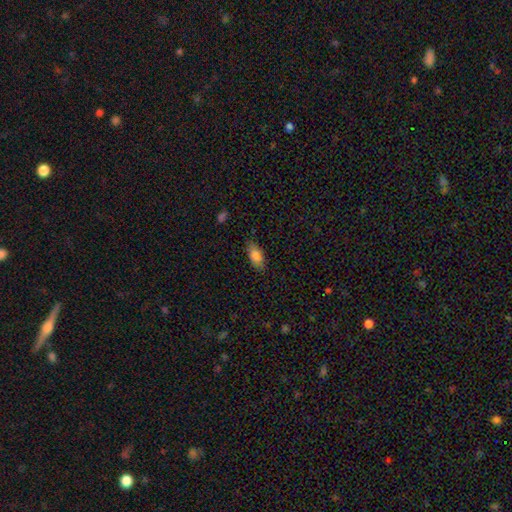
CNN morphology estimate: Smooth or featured? Predicted: smooth (p=0.84). How rounded? Predicted: in between (p=0.87). Merging? Predicted: none (p=0.83).